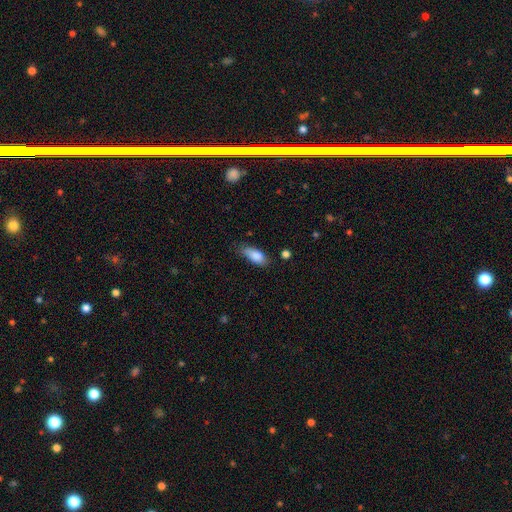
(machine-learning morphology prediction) smooth 85%, featured or disk 8%, star or artifact 7%. Down the decision tree: how rounded — in between (80%); merging — none (67%).